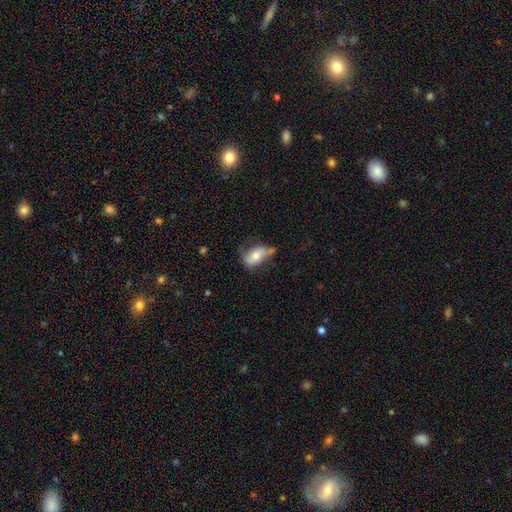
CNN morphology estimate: This appears to be a smooth galaxy with no disk features (56%) that is in between round and cigar-shaped (87%). Merging: none (37%).